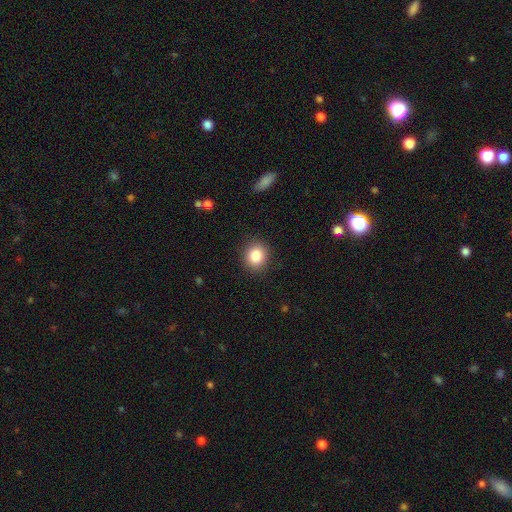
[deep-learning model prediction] Smooth or featured? Predicted: smooth (p=0.86). How rounded? Predicted: round (p=0.80). Merging? Predicted: none (p=0.88).